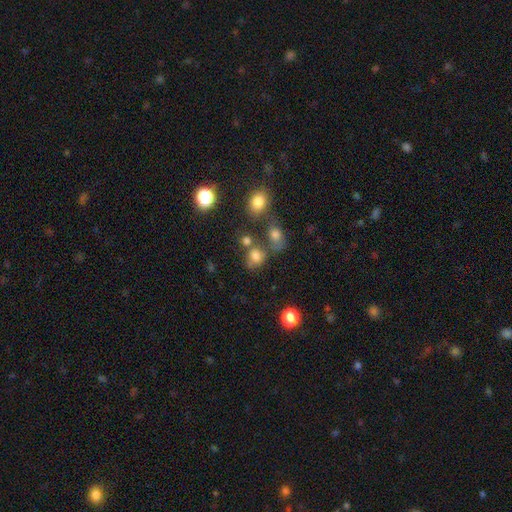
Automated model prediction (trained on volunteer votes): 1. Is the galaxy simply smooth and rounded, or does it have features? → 74% smooth, 16% star or artifact, 11% featured or disk.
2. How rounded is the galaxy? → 59% round, 39% in between, 1% cigar-shaped.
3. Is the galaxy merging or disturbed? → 48% none, 26% merger, 16% minor disturbance, 10% major disturbance.